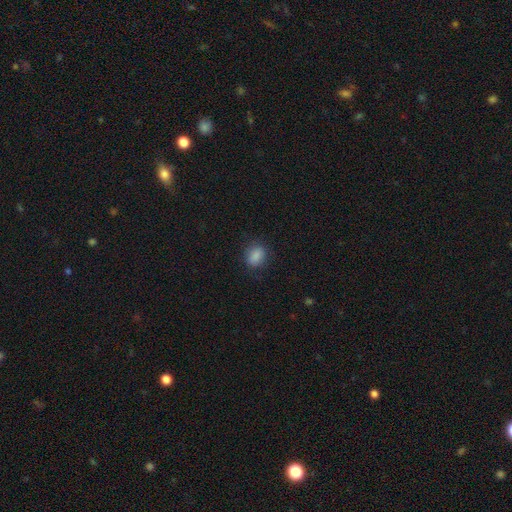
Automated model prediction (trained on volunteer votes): The model was most divided on "how rounded": in between: 64%, round: 35%, cigar-shaped: 1%. More confident: smooth or featured — smooth (86%); merging — none (81%).